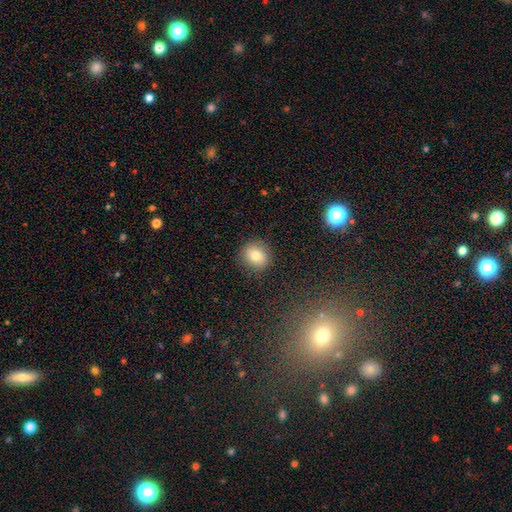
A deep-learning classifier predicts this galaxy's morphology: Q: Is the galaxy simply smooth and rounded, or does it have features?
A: smooth — 79%.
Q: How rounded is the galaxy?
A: round — 81%.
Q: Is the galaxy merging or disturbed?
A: none — 87%.